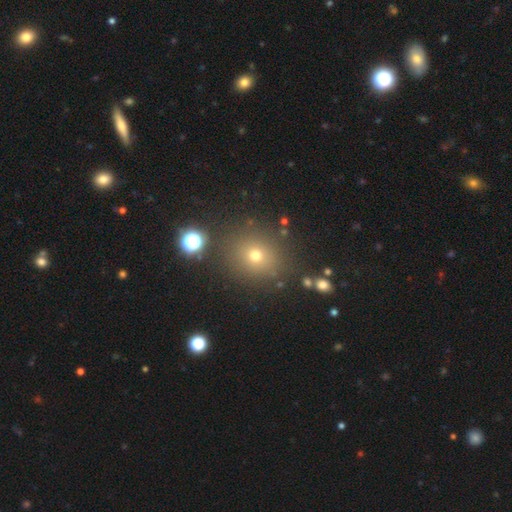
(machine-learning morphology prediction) Smooth or featured? smooth (68%)
How rounded? round (83%)
Merging? none (84%)